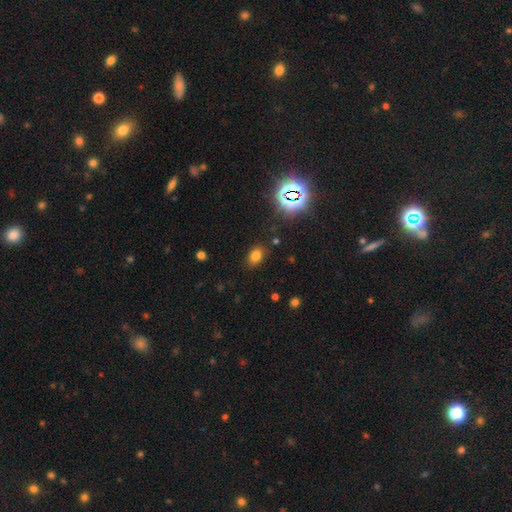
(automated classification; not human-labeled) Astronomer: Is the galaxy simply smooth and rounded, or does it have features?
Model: smooth — 73%.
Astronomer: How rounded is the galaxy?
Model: in between — 70%.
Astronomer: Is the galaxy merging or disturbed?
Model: none — 83%.